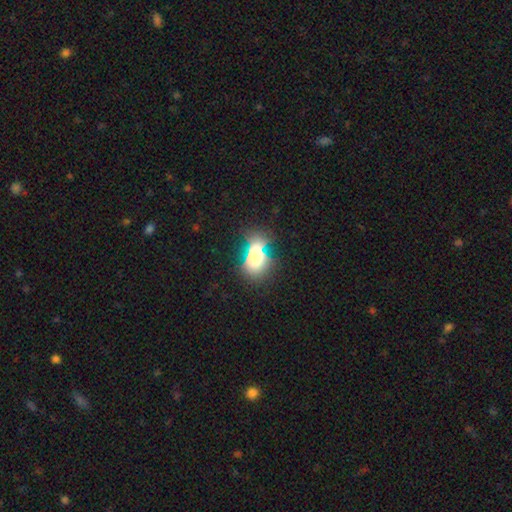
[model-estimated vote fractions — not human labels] smooth 75%, star or artifact 14%, featured or disk 11%. Down the decision tree: how rounded — in between (80%); merging — none (64%).